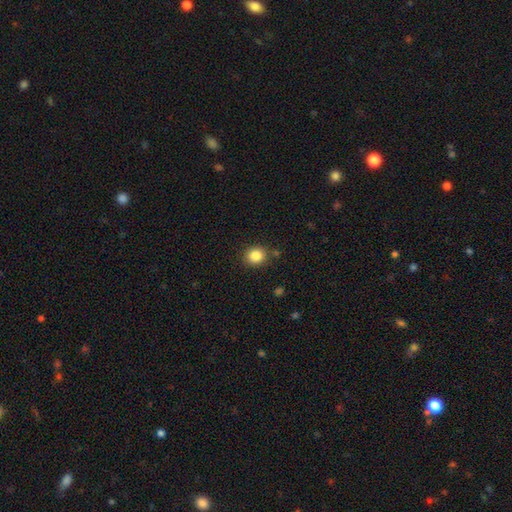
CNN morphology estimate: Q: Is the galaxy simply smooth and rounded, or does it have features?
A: smooth — 85%.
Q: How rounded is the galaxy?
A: round — 75%.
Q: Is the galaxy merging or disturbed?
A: none — 84%.